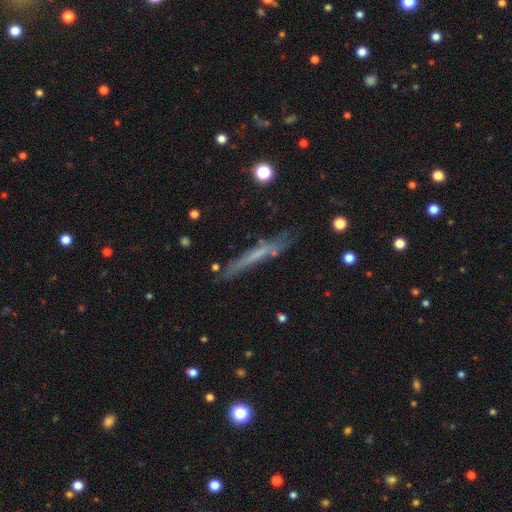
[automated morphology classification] Overall: featured or disk (46%; smooth 45%). Merging: none (71%).